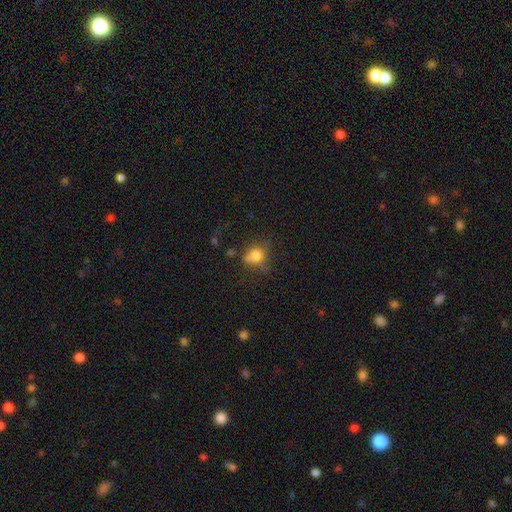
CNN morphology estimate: Q: Smooth or featured?
A: smooth (75%); runner-up: star or artifact (13%)
Q: How rounded?
A: round (67%); runner-up: in between (32%)
Q: Merging?
A: none (50%); runner-up: minor disturbance (24%)